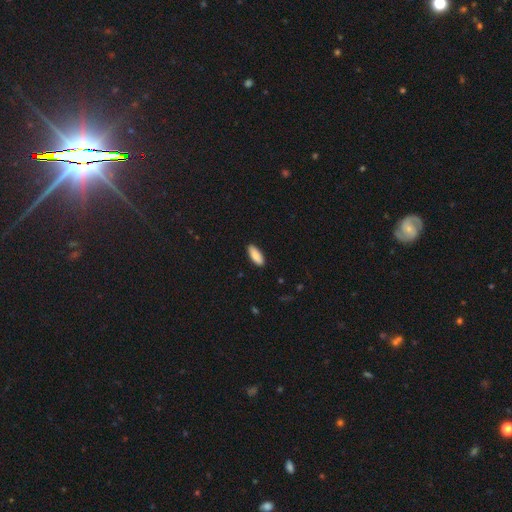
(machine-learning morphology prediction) Smooth or featured? smooth (88%)
How rounded? in between (77%)
Merging? none (90%)